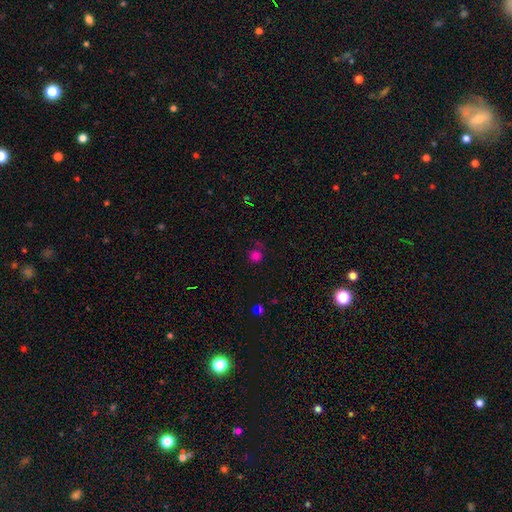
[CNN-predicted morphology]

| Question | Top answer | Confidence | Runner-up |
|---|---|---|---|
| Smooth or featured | smooth | 71% | star or artifact (24%) |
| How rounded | round | 91% | in between (8%) |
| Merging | none | 73% | minor disturbance (15%) |